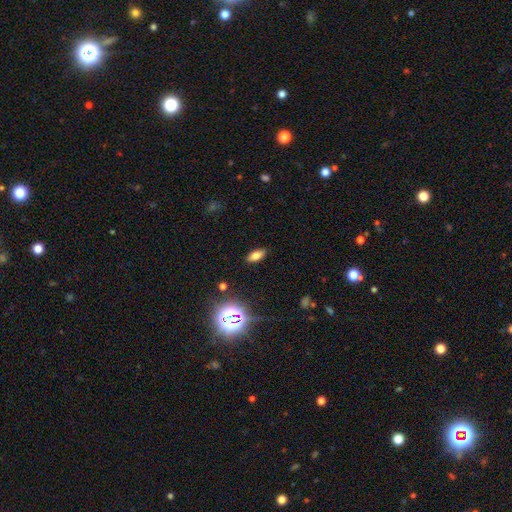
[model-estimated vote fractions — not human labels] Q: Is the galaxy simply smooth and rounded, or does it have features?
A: smooth — 71%.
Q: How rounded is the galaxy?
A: in between — 84%.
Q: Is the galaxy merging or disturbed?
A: none — 87%.